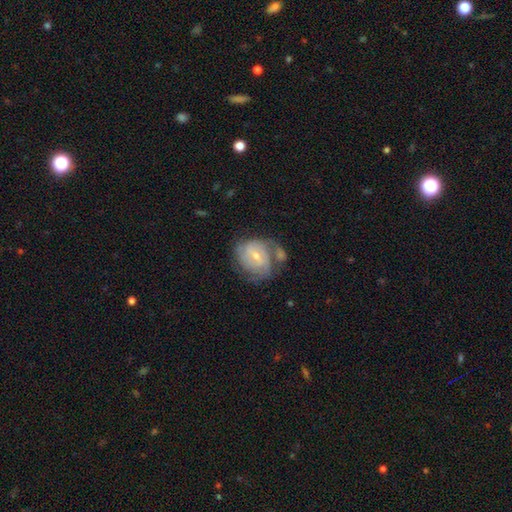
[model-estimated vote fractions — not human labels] A featured or disk galaxy (69%) with a weak bar (49%), tight (59%) spiral arms (85%) and a small central bulge (57%).

Vote fractions:
- Smooth or featured? featured or disk: 69% / smooth: 25% / star or artifact: 6%
- Edge-on disk? no: 97% / yes: 3%
- Bar? weak: 49% / no: 41% / strong: 10%
- Spiral arms? yes: 85% / no: 15%
- Spiral winding? tight: 59% / medium: 31% / loose: 10%
- Spiral arm count? can't tell: 38% / 2: 32% / 3: 16% / 4: 5% / 1: 5% / more than 4: 3%
- Bulge size? small: 57% / moderate: 39% / none: 2% / large: 2% / dominant: 1%
- Merging? none: 42% / minor disturbance: 22% / merger: 22% / major disturbance: 14%